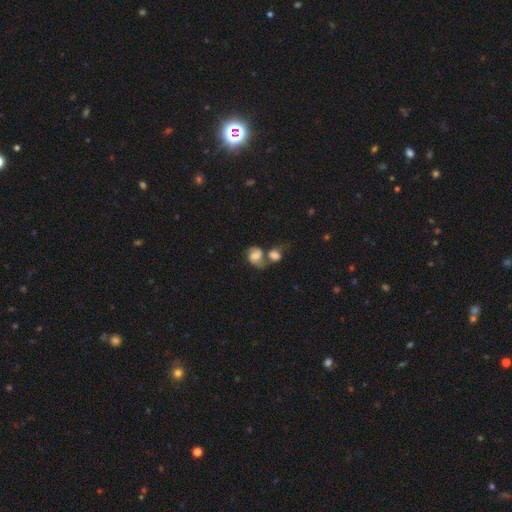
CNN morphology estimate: This is possibly a featured or disk galaxy (49%). Merging: possibly merger (53%).